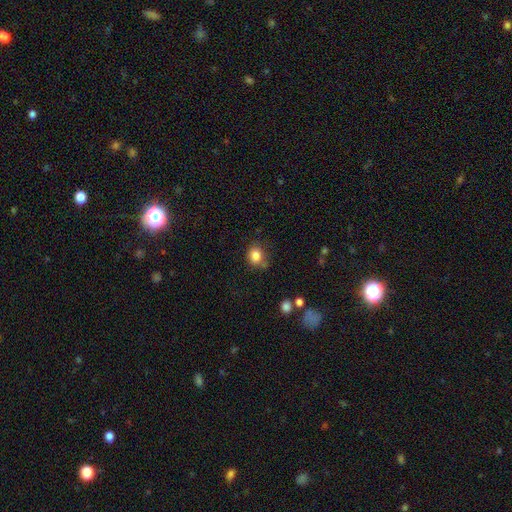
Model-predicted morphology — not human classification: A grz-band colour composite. It shows a smooth galaxy with no disk features (84%) that is round (68%). Merging: none (70%).